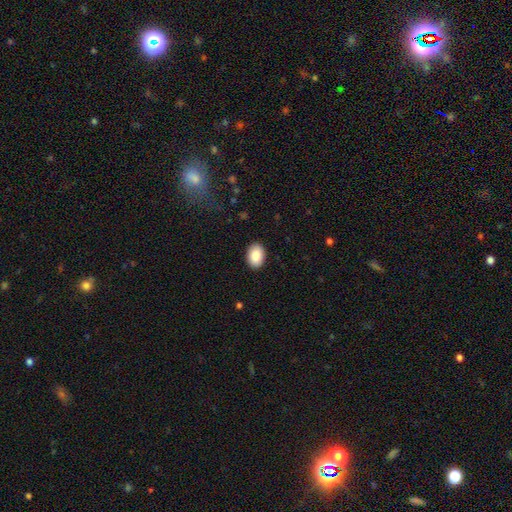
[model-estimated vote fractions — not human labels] Smooth or featured? smooth (89%)
How rounded? in between (84%)
Merging? none (90%)